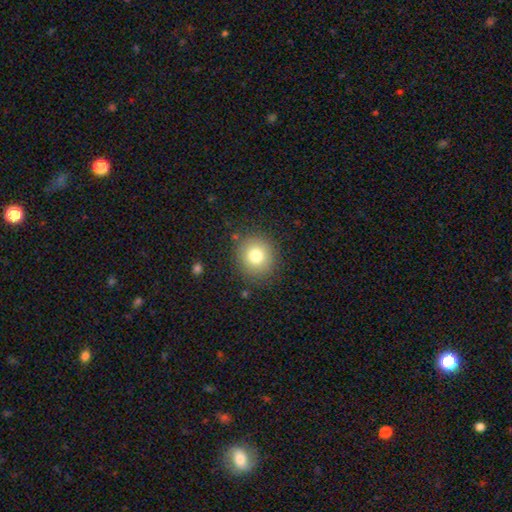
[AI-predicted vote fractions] A smooth galaxy with no disk features (78%) that is round (87%). Merging: none (87%).